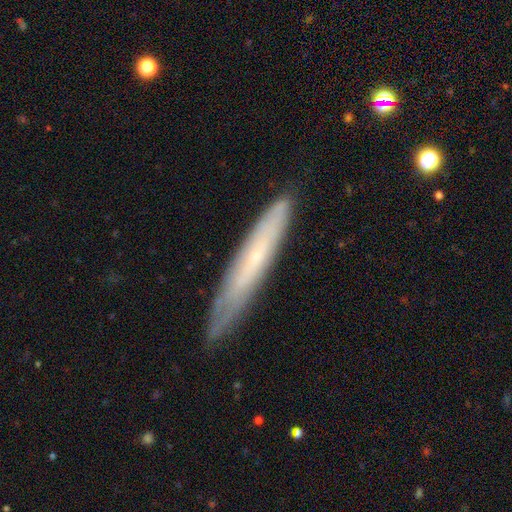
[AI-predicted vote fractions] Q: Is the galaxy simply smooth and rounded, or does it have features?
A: featured or disk — 47%.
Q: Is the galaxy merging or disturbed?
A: none — 79%.